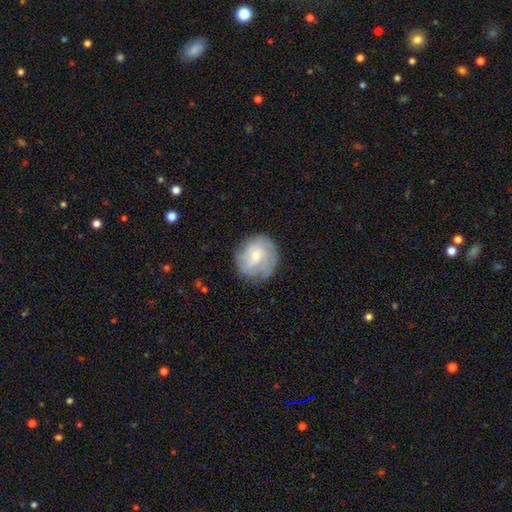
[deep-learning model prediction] Overall: featured or disk (47%; smooth 46%). Merging: none (70%).